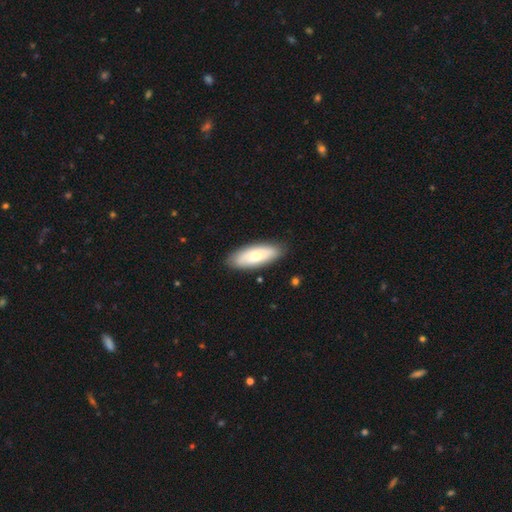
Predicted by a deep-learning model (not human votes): This appears to be a smooth galaxy with no disk features (62%) that is in between round and cigar-shaped (75%). Merging: none (86%).